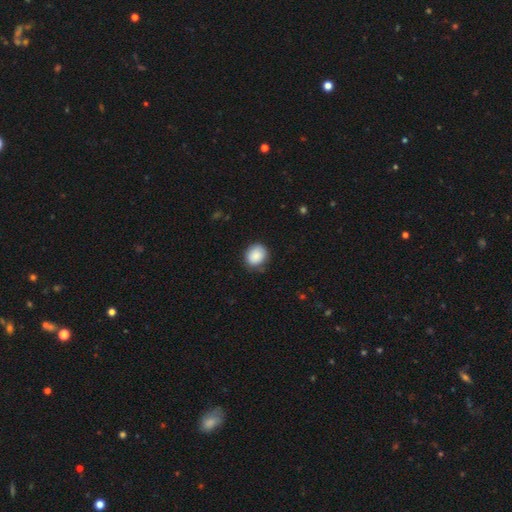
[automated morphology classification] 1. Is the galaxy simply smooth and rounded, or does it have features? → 88% smooth, 8% star or artifact, 5% featured or disk.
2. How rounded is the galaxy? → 74% round, 25% in between, 1% cigar-shaped.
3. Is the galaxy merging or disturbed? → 79% none, 16% minor disturbance, 3% major disturbance, 1% merger.